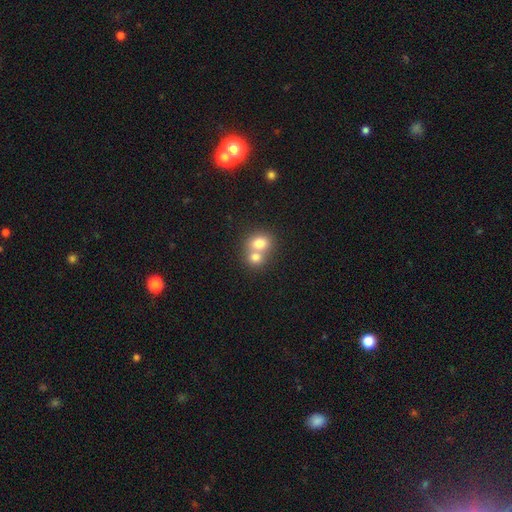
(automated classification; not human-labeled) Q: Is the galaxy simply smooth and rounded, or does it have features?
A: smooth — 72%.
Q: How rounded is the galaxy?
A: round — 68%.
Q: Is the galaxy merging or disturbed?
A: merger — 66%.